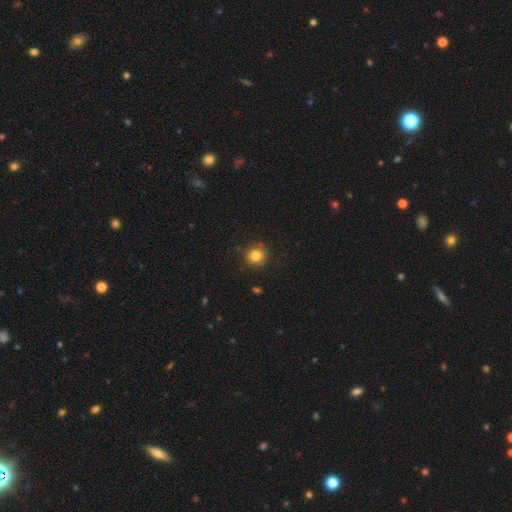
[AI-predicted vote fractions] Smooth or featured: smooth — 81% (star or artifact — 12%)
How rounded: round — 91% (in between — 8%)
Merging: none — 87% (minor disturbance — 9%)